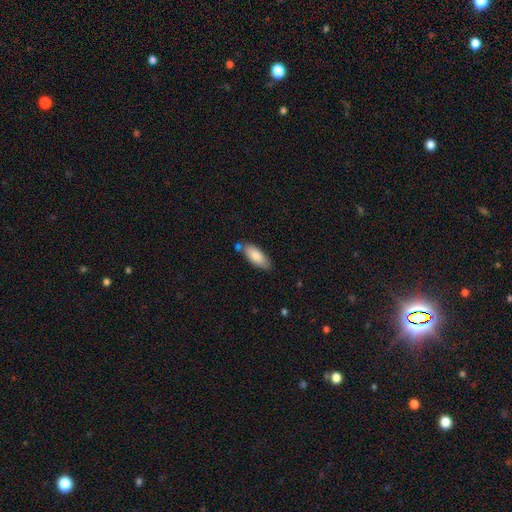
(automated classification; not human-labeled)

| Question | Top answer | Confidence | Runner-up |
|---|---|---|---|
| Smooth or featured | smooth | 82% | featured or disk (12%) |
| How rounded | in between | 80% | cigar-shaped (19%) |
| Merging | none | 70% | minor disturbance (17%) |